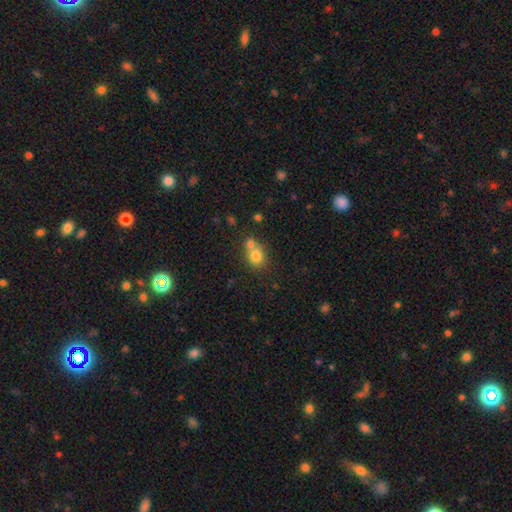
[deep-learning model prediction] The model was most divided on "merging": merger: 45%, none: 43%, minor disturbance: 9%, major disturbance: 3%. More confident: smooth or featured — smooth (77%); how rounded — round (69%).